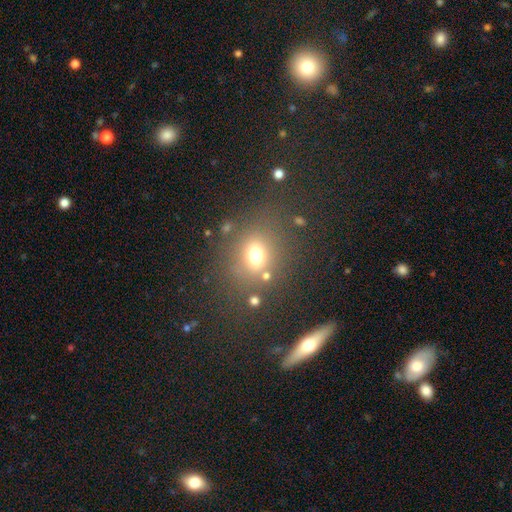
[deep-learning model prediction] Smooth or featured: smooth — 69% (star or artifact — 19%)
How rounded: round — 60% (in between — 38%)
Merging: none — 71% (minor disturbance — 13%)